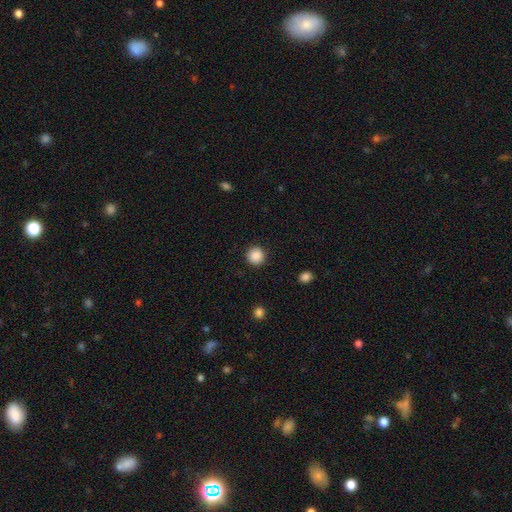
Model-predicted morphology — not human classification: This appears to be a smooth galaxy with no disk features (88%) that is round (95%). Merging: none (92%).